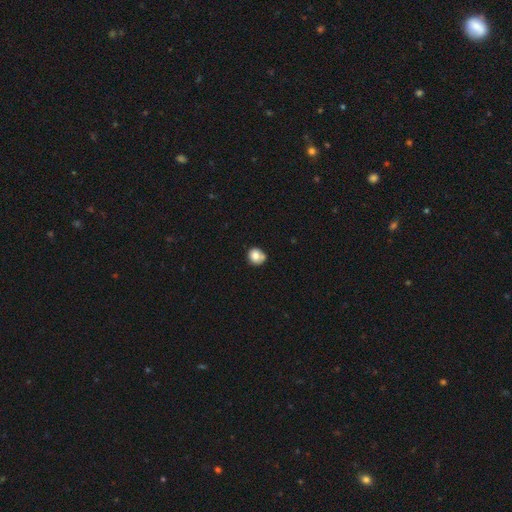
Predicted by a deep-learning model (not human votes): A smooth galaxy with no disk features (77%) that is round (85%).

Vote fractions:
- Smooth or featured? smooth: 77% / featured or disk: 13% / star or artifact: 10%
- How rounded? round: 85% / in between: 14% / cigar-shaped: 1%
- Merging? none: 63% / minor disturbance: 20% / merger: 13% / major disturbance: 5%